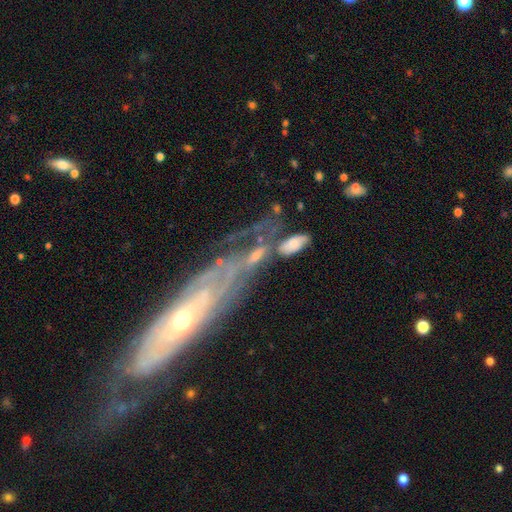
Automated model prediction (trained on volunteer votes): A featured or disk galaxy (56%).

Vote fractions:
- Smooth or featured? featured or disk: 56% / smooth: 32% / star or artifact: 12%
- Edge-on disk? no: 75% / yes: 25%
- Merging? none: 37% / merger: 29% / minor disturbance: 18% / major disturbance: 16%